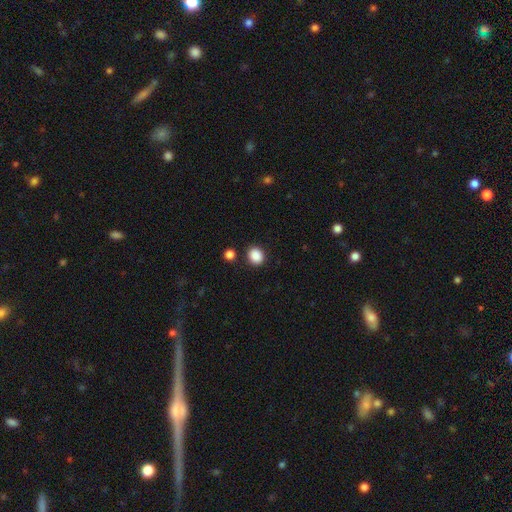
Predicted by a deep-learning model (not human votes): This appears to be a smooth galaxy with no disk features (88%) that is round (67%). Merging: none (86%).